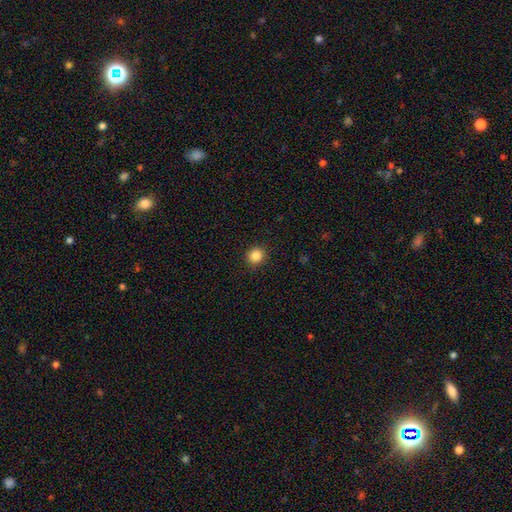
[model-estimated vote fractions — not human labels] smooth 85%, star or artifact 11%, featured or disk 4%. Down the decision tree: how rounded — round (90%); merging — none (91%).